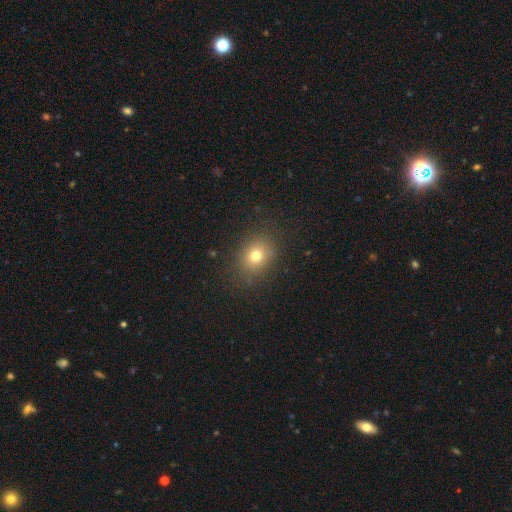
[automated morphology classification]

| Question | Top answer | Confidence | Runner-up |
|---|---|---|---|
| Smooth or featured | smooth | 73% | star or artifact (16%) |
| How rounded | round | 59% | in between (40%) |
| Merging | none | 83% | minor disturbance (11%) |